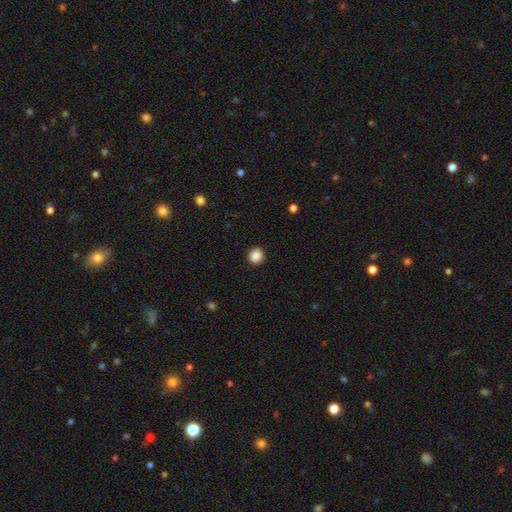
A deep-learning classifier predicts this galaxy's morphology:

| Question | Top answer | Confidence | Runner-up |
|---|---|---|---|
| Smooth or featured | smooth | 88% | star or artifact (10%) |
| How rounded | round | 93% | in between (6%) |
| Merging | none | 93% | minor disturbance (5%) |